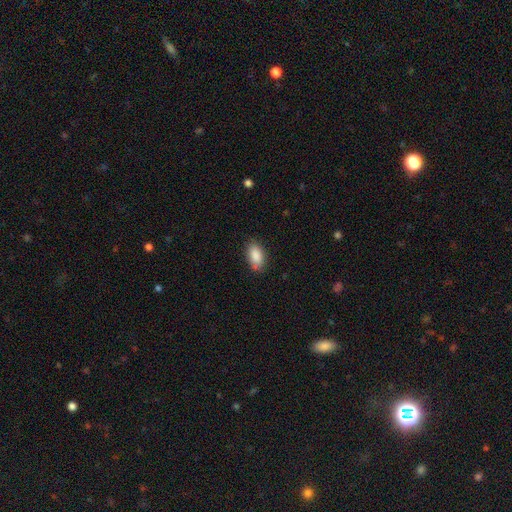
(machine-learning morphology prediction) This is clearly a smooth galaxy (88%). How rounded: clearly in between (92%). Merging: clearly none (81%).